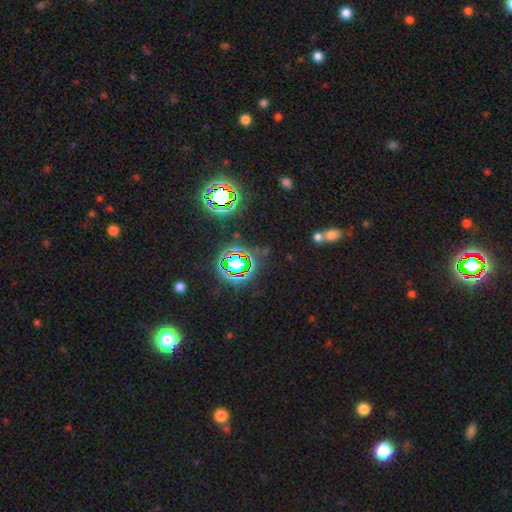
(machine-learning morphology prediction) A star or artifact, not a galaxy (75%).